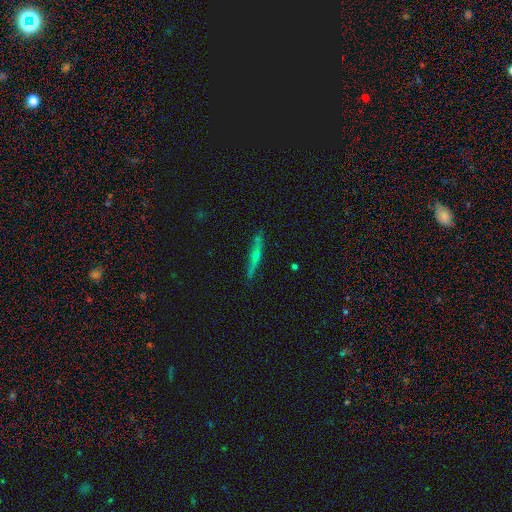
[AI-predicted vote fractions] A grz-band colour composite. It shows a featured or disk galaxy (62%) viewed edge-on (93%) with a rounded central bulge (68%). Merging: none (84%).